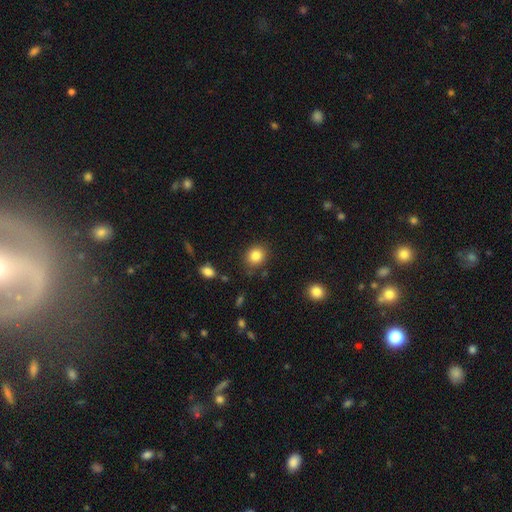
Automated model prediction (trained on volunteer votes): smooth 84%, star or artifact 10%, featured or disk 6%. Down the decision tree: how rounded — round (72%); merging — none (85%).